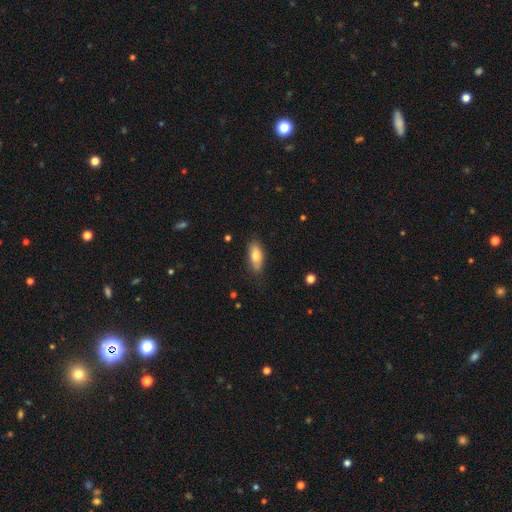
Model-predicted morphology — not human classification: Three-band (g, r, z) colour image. It shows a smooth galaxy with no disk features (77%) that is in between round and cigar-shaped (79%). Merging: none (79%).